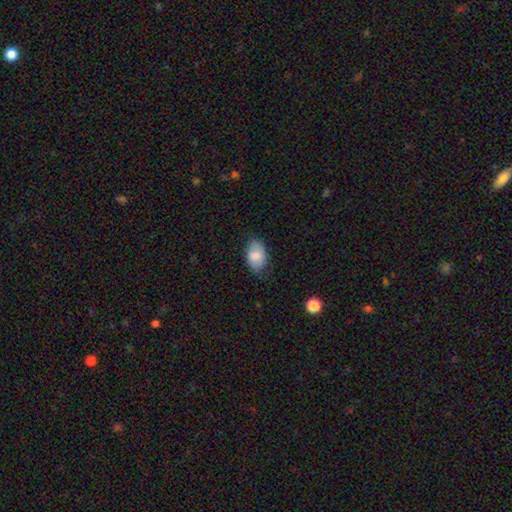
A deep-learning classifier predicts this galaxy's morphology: Smooth or featured?
  - smooth: 83% *
  - featured or disk: 10%
  - star or artifact: 7%
How rounded?
  - in between: 91% *
  - round: 8%
  - cigar-shaped: 1%
Merging?
  - none: 77% *
  - minor disturbance: 19%
  - major disturbance: 4%
  - merger: 1%